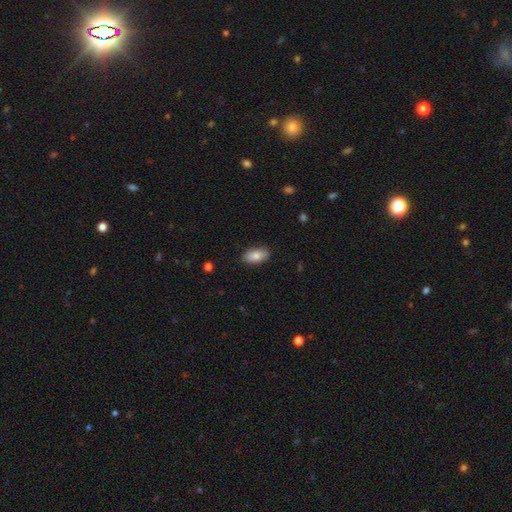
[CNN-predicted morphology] Smooth or featured?
  - smooth: 85% *
  - featured or disk: 8%
  - star or artifact: 7%
How rounded?
  - in between: 93% *
  - cigar-shaped: 4%
  - round: 3%
Merging?
  - none: 87% *
  - minor disturbance: 10%
  - major disturbance: 2%
  - merger: 1%